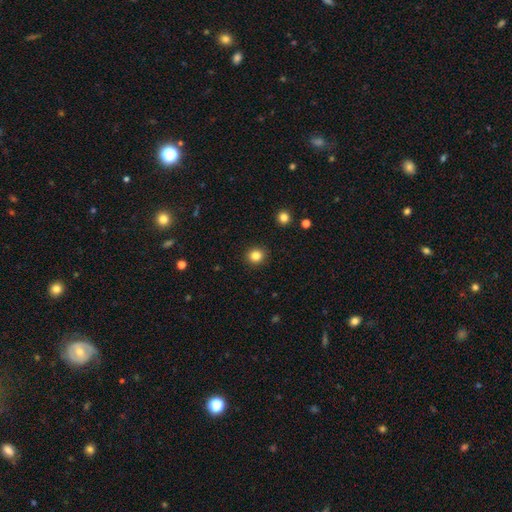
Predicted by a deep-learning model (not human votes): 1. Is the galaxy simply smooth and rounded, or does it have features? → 83% smooth, 12% star or artifact, 5% featured or disk.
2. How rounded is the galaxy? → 85% round, 15% in between, 1% cigar-shaped.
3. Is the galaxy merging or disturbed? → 92% none, 5% minor disturbance, 2% major disturbance, 1% merger.